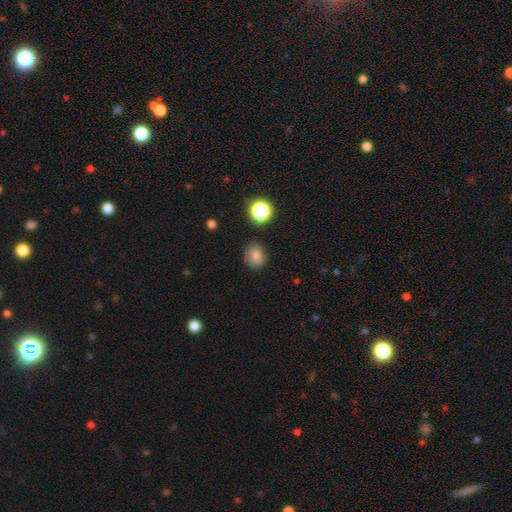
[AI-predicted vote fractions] Q: Smooth or featured?
A: smooth (81%); runner-up: star or artifact (13%)
Q: How rounded?
A: round (62%); runner-up: in between (37%)
Q: Merging?
A: none (79%); runner-up: minor disturbance (14%)